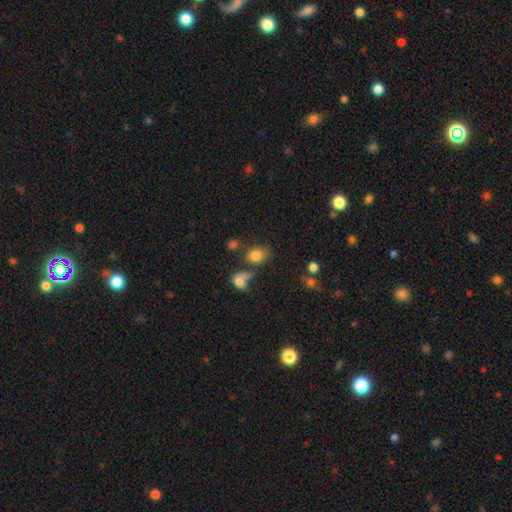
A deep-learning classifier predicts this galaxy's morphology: This is clearly a smooth galaxy (80%). How rounded: likely in between (67%). Merging: possibly none (53%).